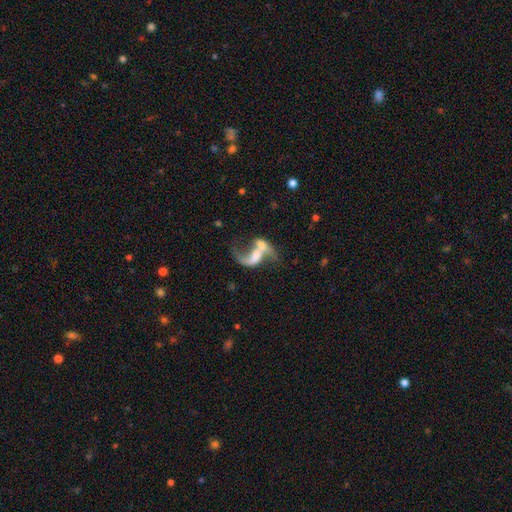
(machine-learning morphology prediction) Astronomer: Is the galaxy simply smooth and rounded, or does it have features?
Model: featured or disk — 74%.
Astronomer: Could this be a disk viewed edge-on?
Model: no — 96%.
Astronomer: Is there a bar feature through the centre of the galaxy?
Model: no — 46% (runner-up: weak, 34%).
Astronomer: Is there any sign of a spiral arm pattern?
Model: yes — 80%.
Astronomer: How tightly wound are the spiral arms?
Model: loose — 85%.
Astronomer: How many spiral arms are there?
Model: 2 — 72%.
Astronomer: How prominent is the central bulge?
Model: none — 32% (runner-up: moderate, 28%).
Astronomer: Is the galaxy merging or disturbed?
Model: merger — 49%.